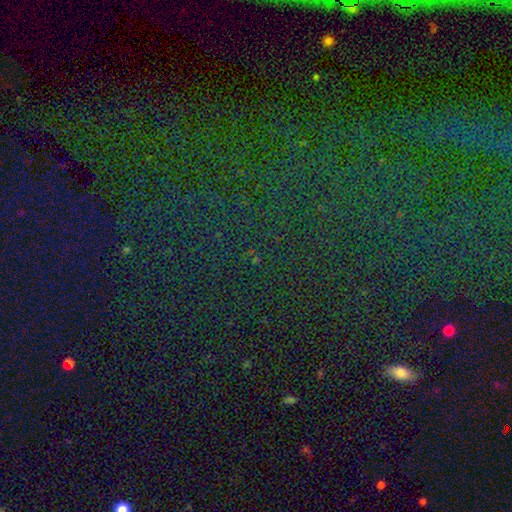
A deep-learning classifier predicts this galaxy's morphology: Q: Smooth or featured?
A: star or artifact (79%); runner-up: smooth (12%)